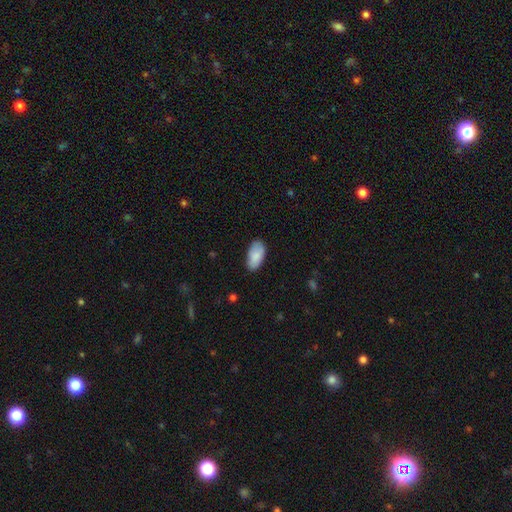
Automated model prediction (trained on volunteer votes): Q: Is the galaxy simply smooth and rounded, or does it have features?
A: smooth — 85%.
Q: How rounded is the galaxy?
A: in between — 95%.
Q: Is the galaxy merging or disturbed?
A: none — 78%.